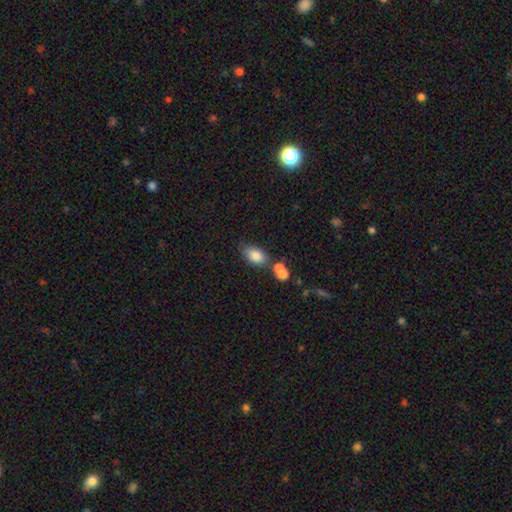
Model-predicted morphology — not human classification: Q: Smooth or featured?
A: smooth (81%); runner-up: featured or disk (10%)
Q: How rounded?
A: in between (86%); runner-up: round (11%)
Q: Merging?
A: none (58%); runner-up: merger (22%)